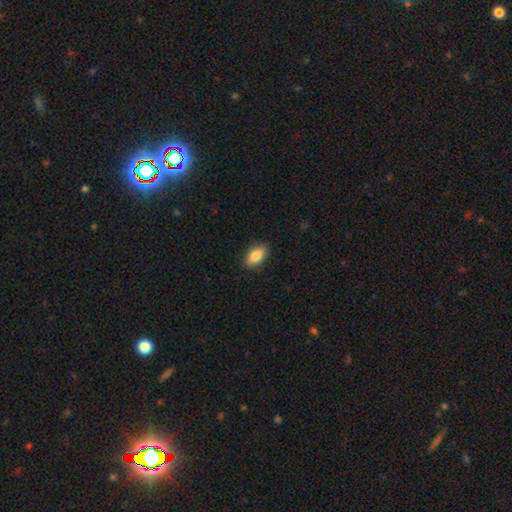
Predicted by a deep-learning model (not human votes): Overall: smooth (84%). How rounded: in between (90%). Merging: none (88%).